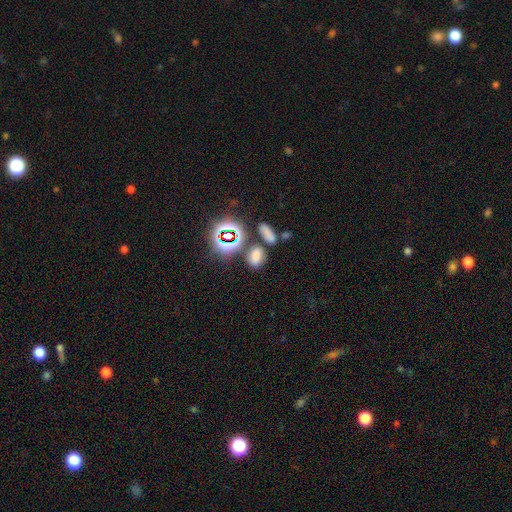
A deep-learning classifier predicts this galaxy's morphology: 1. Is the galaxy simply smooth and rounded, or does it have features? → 64% smooth, 28% star or artifact, 8% featured or disk.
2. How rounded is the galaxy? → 76% in between, 21% round, 3% cigar-shaped.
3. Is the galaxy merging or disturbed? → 66% none, 17% merger, 12% minor disturbance, 5% major disturbance.